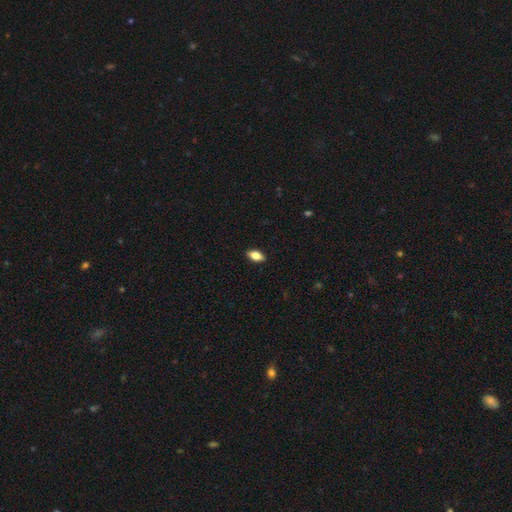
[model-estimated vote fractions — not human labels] Smooth or featured? smooth (80%)
How rounded? in between (89%)
Merging? none (90%)